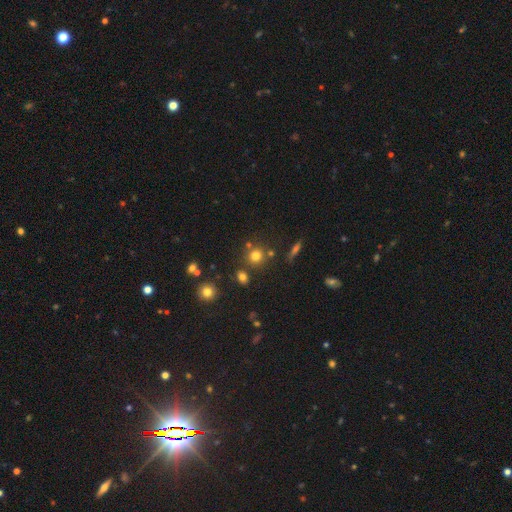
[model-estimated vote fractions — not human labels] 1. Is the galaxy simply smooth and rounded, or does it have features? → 74% smooth, 17% star or artifact, 9% featured or disk.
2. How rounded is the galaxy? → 89% round, 10% in between, 1% cigar-shaped.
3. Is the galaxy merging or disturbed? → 75% none, 13% merger, 9% minor disturbance, 4% major disturbance.